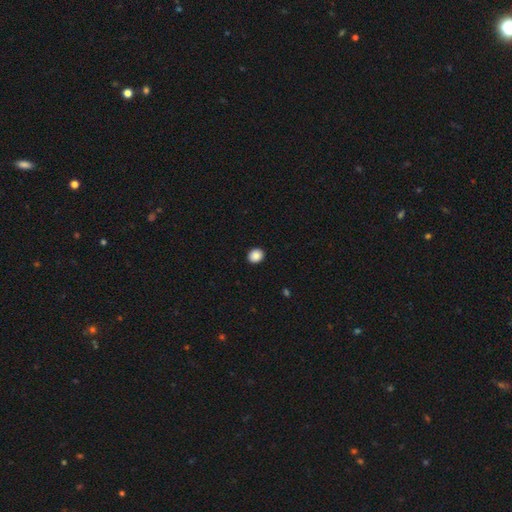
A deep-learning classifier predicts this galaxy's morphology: A smooth galaxy with no disk features (88%) that is round (66%).

Vote fractions:
- Smooth or featured? smooth: 88% / star or artifact: 9% / featured or disk: 3%
- How rounded? round: 66% / in between: 33% / cigar-shaped: 1%
- Merging? none: 92% / minor disturbance: 6% / major disturbance: 2% / merger: 1%